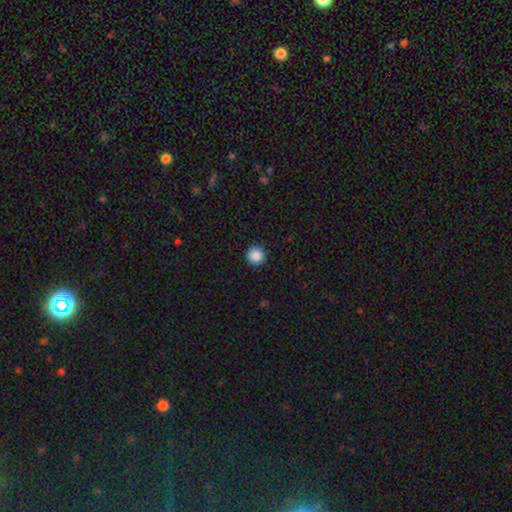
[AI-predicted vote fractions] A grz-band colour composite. It shows a smooth galaxy with no disk features (88%) that is round (96%). Merging: none (93%).